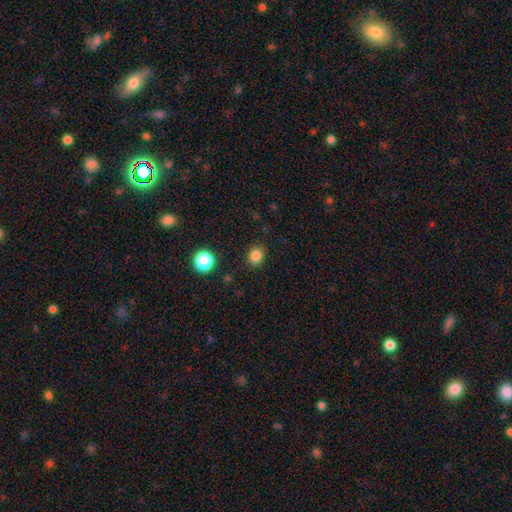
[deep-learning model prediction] The model was most divided on "how rounded": round: 66%, in between: 33%, cigar-shaped: 1%. More confident: merging — none (87%); smooth or featured — smooth (84%).